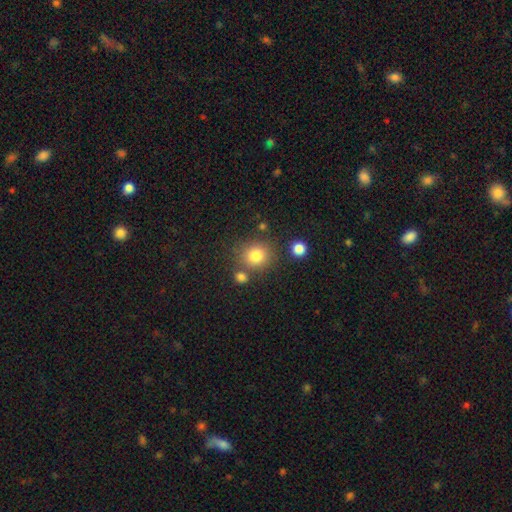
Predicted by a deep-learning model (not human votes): Q: Smooth or featured?
A: smooth (81%); runner-up: star or artifact (12%)
Q: How rounded?
A: round (83%); runner-up: in between (16%)
Q: Merging?
A: none (72%); runner-up: merger (13%)